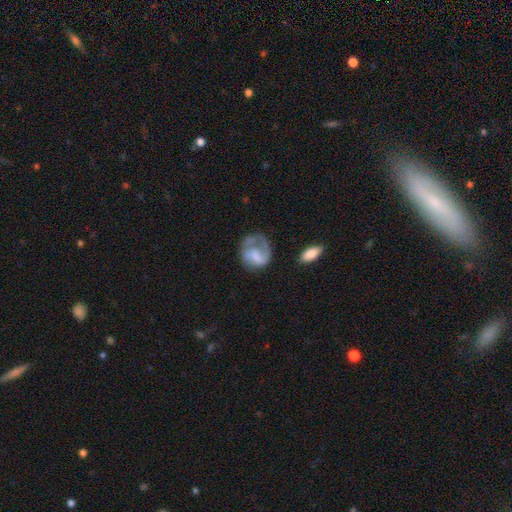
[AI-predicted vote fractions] Smooth or featured: featured or disk — 52% (smooth — 40%)
Edge-on disk: no — 98% (yes — 2%)
Bar: no — 51% (weak — 37%)
Spiral arms: yes — 68% (no — 32%)
Bulge size: none — 45% (moderate — 21%)
Merging: none — 38% (major disturbance — 35%)